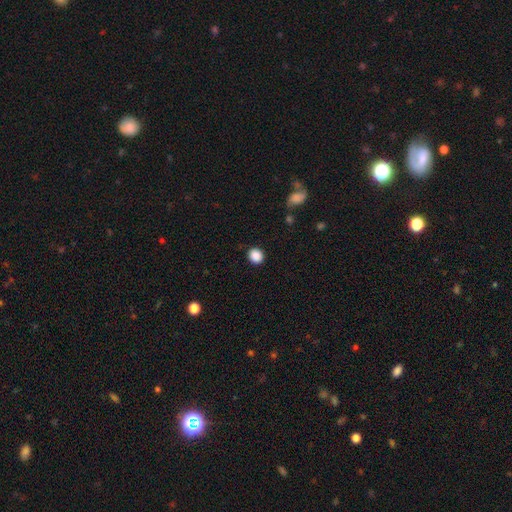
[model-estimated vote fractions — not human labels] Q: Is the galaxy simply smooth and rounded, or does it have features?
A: smooth — 88%.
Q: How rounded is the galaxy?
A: round — 84%.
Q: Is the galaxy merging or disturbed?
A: none — 90%.